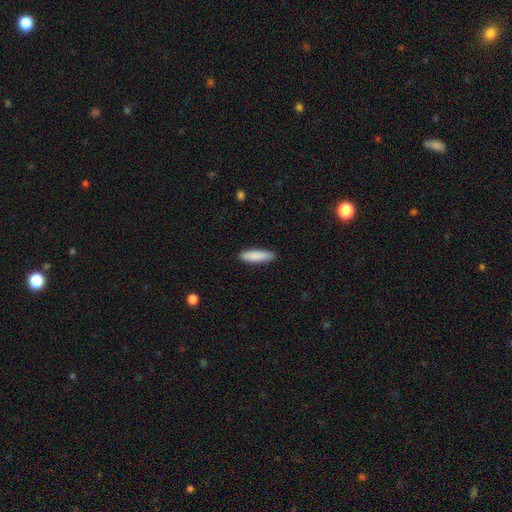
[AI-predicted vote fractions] A smooth galaxy with no disk features (88%) that is cigar-shaped (68%).

Vote fractions:
- Smooth or featured? smooth: 88% / featured or disk: 7% / star or artifact: 6%
- How rounded? cigar-shaped: 68% / in between: 30% / round: 1%
- Merging? none: 89% / minor disturbance: 9% / major disturbance: 2% / merger: 1%